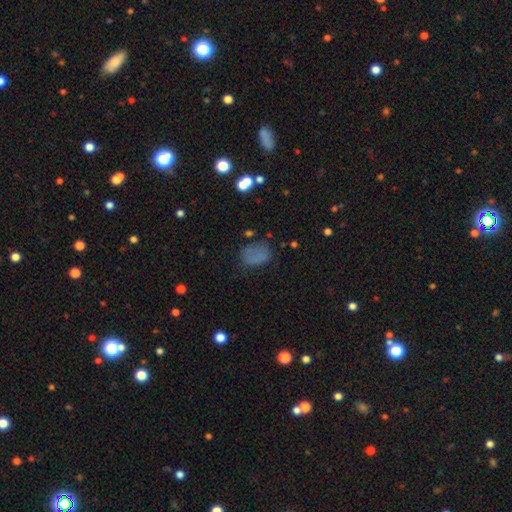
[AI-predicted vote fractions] Q: Smooth or featured?
A: smooth (68%); runner-up: star or artifact (20%)
Q: How rounded?
A: in between (66%); runner-up: round (33%)
Q: Merging?
A: none (59%); runner-up: minor disturbance (23%)